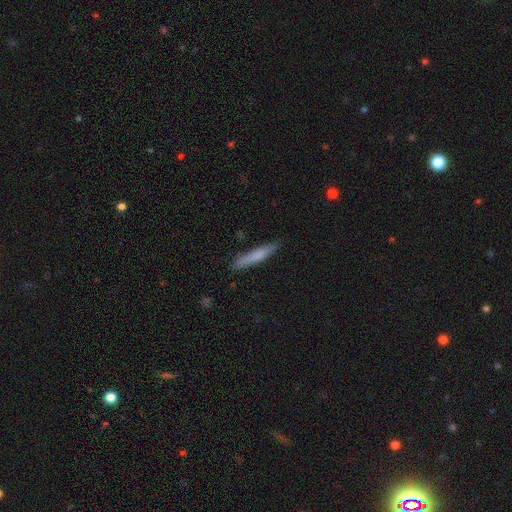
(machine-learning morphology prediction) The model was most divided on "smooth or featured": smooth: 73%, featured or disk: 21%, star or artifact: 6%. More confident: how rounded — cigar-shaped (94%); merging — none (87%).